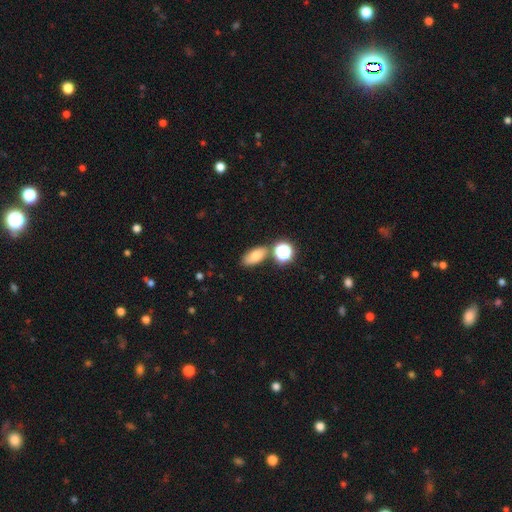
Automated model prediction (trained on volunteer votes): Morphology: type=smooth (71%); roundness=in between (79%); merging=none (71%).